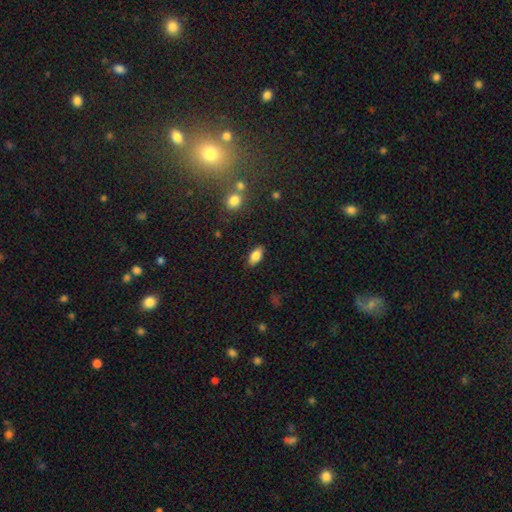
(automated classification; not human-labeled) Q: Smooth or featured?
A: smooth (81%); runner-up: featured or disk (11%)
Q: How rounded?
A: in between (89%); runner-up: cigar-shaped (7%)
Q: Merging?
A: none (87%); runner-up: minor disturbance (9%)